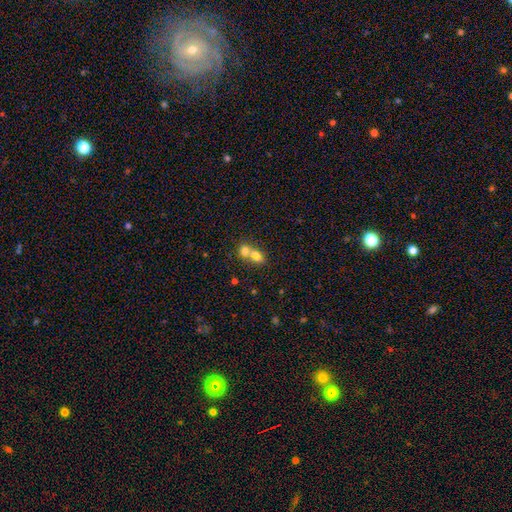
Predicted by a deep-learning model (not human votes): Morphology: type=smooth (67%); roundness=round (54%); merging=merger (70%).